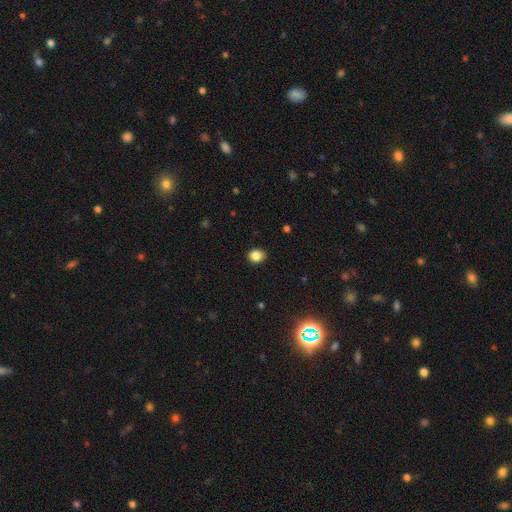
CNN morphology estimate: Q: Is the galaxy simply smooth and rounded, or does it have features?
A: smooth — 86%.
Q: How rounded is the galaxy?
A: round — 56%.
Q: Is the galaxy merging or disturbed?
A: none — 89%.